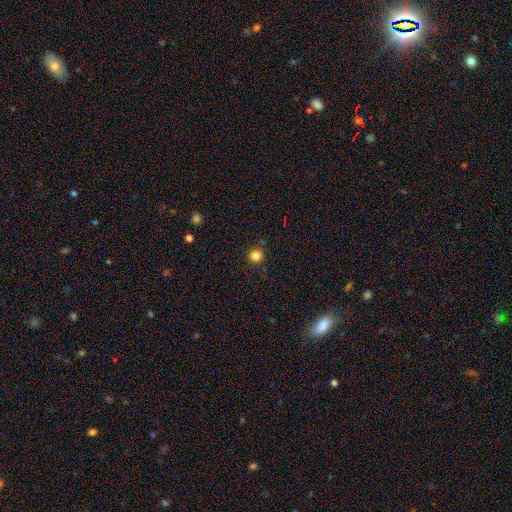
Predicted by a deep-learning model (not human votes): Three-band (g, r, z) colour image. It shows a smooth galaxy with no disk features (82%) that is round (94%). Merging: none (87%).